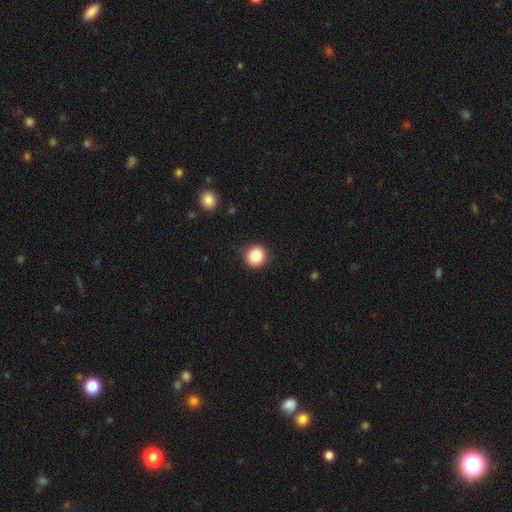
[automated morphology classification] Smooth or featured? smooth (85%)
How rounded? round (91%)
Merging? none (88%)